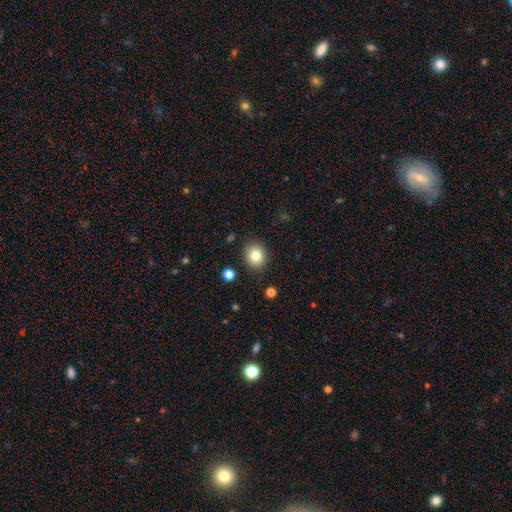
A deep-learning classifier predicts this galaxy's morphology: Smooth or featured?
  - smooth: 81% *
  - star or artifact: 11%
  - featured or disk: 8%
How rounded?
  - round: 75% *
  - in between: 24%
  - cigar-shaped: 1%
Merging?
  - none: 88% *
  - minor disturbance: 8%
  - major disturbance: 2%
  - merger: 2%